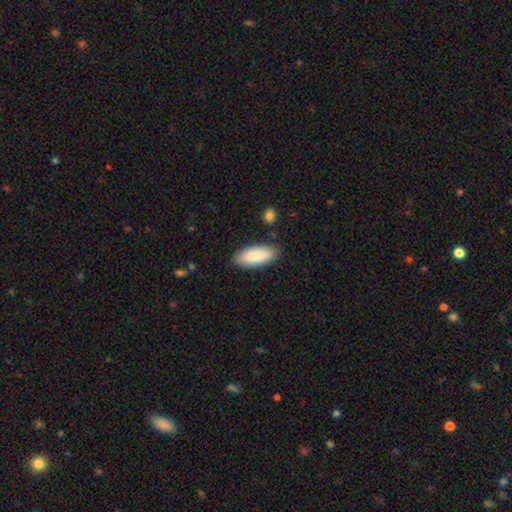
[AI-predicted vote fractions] A smooth galaxy with no disk features (88%) that is in between round and cigar-shaped (81%).

Vote fractions:
- Smooth or featured? smooth: 88% / featured or disk: 6% / star or artifact: 6%
- How rounded? in between: 81% / cigar-shaped: 17% / round: 2%
- Merging? none: 86% / minor disturbance: 10% / major disturbance: 2% / merger: 2%